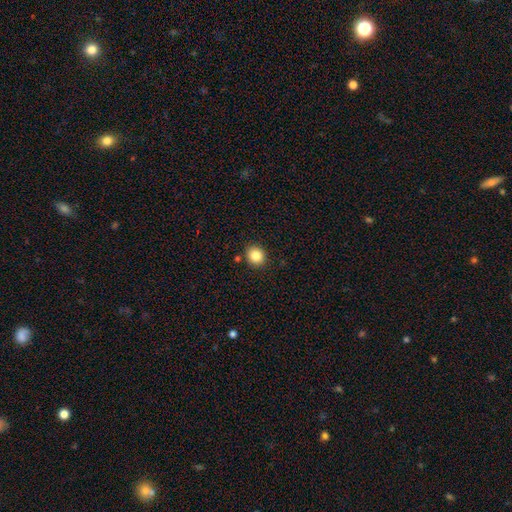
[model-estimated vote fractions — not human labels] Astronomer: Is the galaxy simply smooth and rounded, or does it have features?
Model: smooth — 85%.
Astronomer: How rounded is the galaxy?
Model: round — 80%.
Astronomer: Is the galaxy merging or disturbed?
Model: none — 88%.